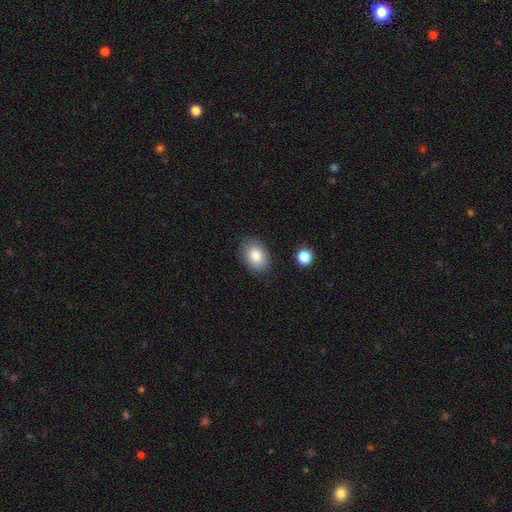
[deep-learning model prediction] smooth_or_featured: smooth (p=0.83) [alt: featured or disk p=0.09]
how_rounded: in between (p=0.77) [alt: round p=0.22]
merging: none (p=0.84) [alt: minor disturbance p=0.12]